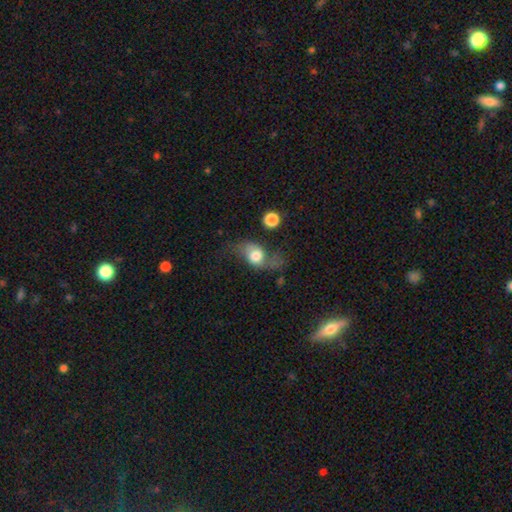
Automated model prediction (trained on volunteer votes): smooth-or-featured: smooth: 54% | featured or disk: 37% | star or artifact: 9%
  how-rounded: in between: 61% | round: 35% | cigar-shaped: 4%
  merging: none: 43% | major disturbance: 26% | minor disturbance: 26% | merger: 6%